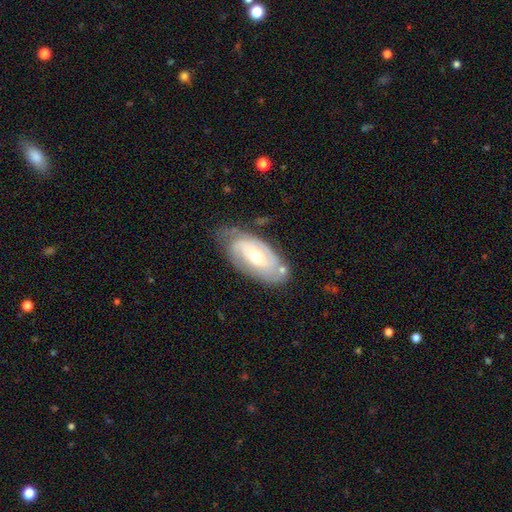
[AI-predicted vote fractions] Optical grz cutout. It shows a featured or disk galaxy (76%) with no bar (53%), 2 (49%) tight (58%) spiral arms (89%) and a moderate central bulge (53%). Merging: none (63%).